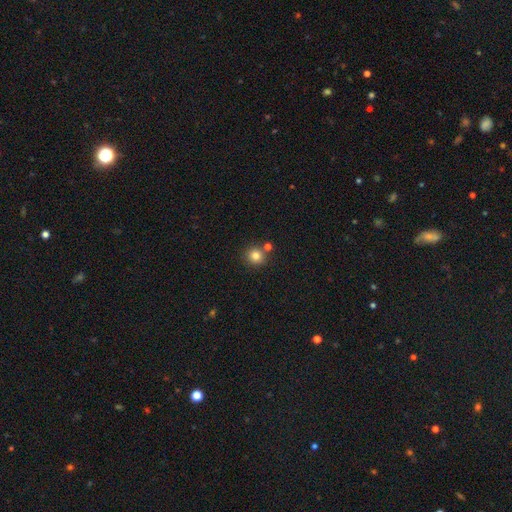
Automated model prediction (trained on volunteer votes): This appears to be a smooth galaxy with no disk features (81%) that is round (92%). Merging: none (78%).